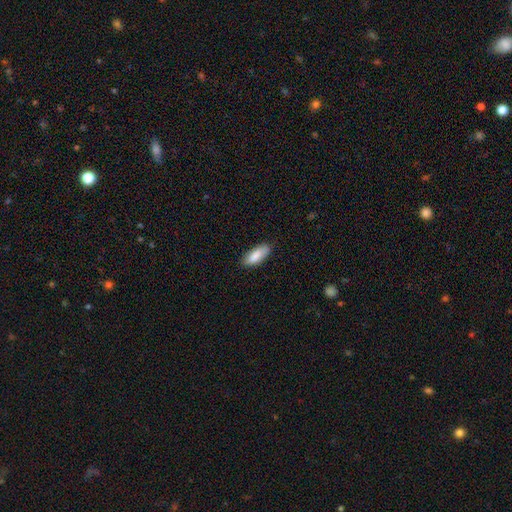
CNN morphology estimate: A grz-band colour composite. It shows a smooth galaxy with no disk features (87%) that is in between round and cigar-shaped (76%). Merging: none (80%).